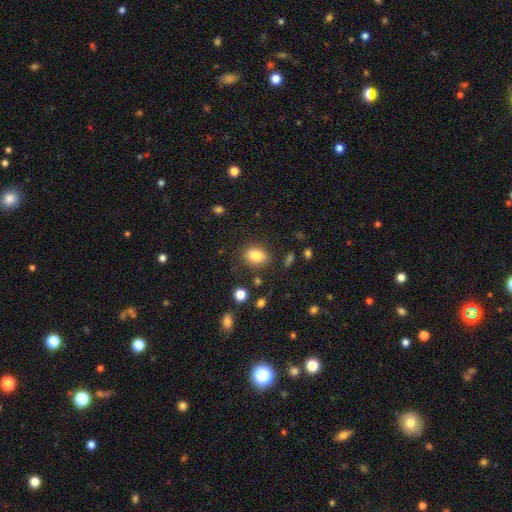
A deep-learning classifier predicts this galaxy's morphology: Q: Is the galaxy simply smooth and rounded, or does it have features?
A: smooth — 82%.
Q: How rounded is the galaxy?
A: in between — 74%.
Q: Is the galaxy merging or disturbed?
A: none — 82%.